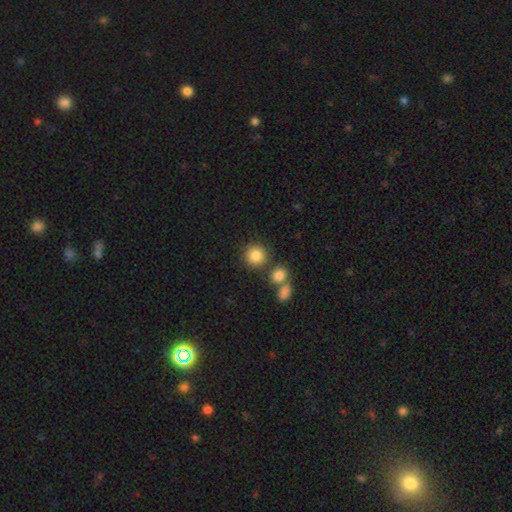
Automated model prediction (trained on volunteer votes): A smooth galaxy with no disk features (84%) that is round (90%).

Vote fractions:
- Smooth or featured? smooth: 84% / star or artifact: 10% / featured or disk: 6%
- How rounded? round: 90% / in between: 9% / cigar-shaped: 1%
- Merging? none: 73% / merger: 15% / minor disturbance: 9% / major disturbance: 4%